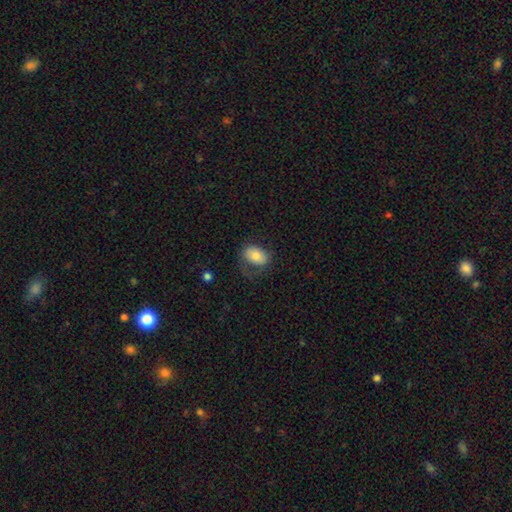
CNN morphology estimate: Smooth or featured?
  - smooth: 75% *
  - featured or disk: 17%
  - star or artifact: 8%
How rounded?
  - in between: 84% *
  - round: 15%
  - cigar-shaped: 1%
Merging?
  - none: 53% *
  - minor disturbance: 25%
  - major disturbance: 20%
  - merger: 2%